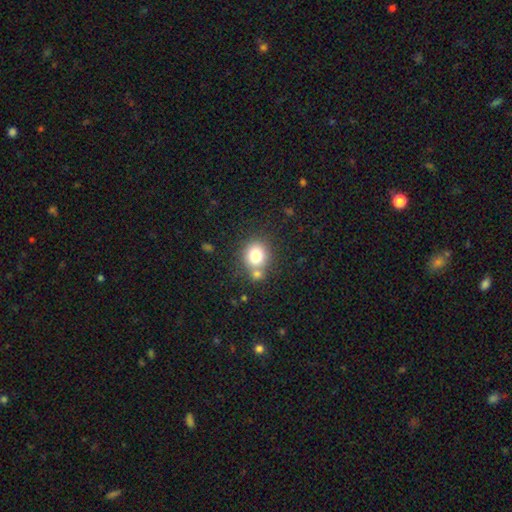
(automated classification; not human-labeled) This appears to be a smooth galaxy with no disk features (77%) that is round (76%). Merging: none (65%).